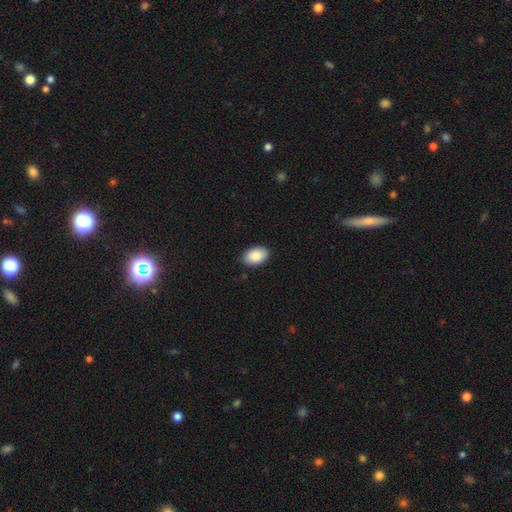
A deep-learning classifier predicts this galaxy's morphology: smooth_or_featured: smooth (p=0.88) [alt: star or artifact p=0.07]
how_rounded: in between (p=0.90) [alt: round p=0.09]
merging: none (p=0.87) [alt: minor disturbance p=0.10]